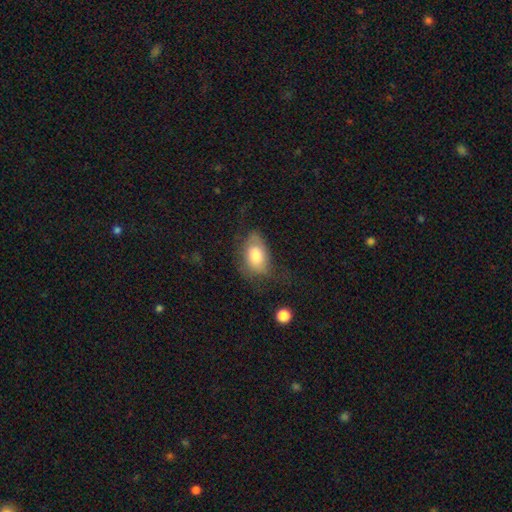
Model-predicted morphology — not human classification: Smooth or featured?
  - smooth: 71% *
  - featured or disk: 22%
  - star or artifact: 7%
How rounded?
  - in between: 88% *
  - round: 10%
  - cigar-shaped: 2%
Merging?
  - none: 46% *
  - minor disturbance: 29%
  - major disturbance: 22%
  - merger: 2%